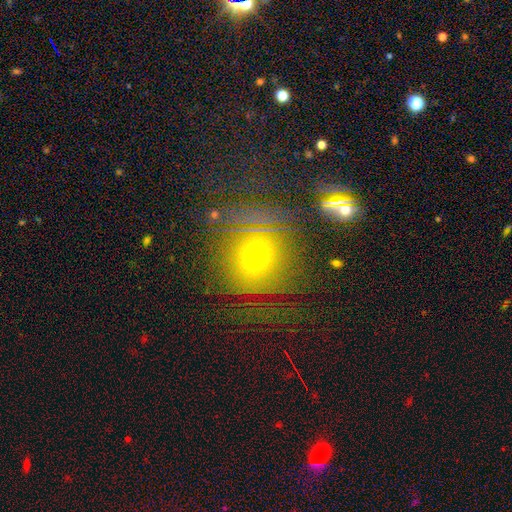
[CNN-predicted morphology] smooth_or_featured: smooth (p=0.53) [alt: star or artifact p=0.26]
how_rounded: round (p=0.85) [alt: in between p=0.13]
merging: none (p=0.68) [alt: minor disturbance p=0.15]